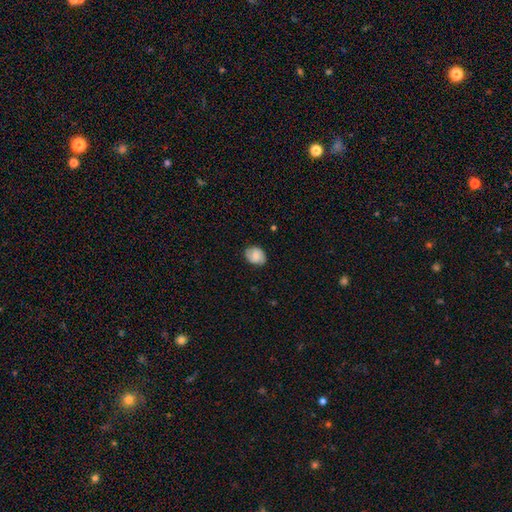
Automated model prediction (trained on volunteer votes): Smooth or featured? Predicted: smooth (p=0.63). How rounded? Predicted: in between (p=0.50). Merging? Predicted: none (p=0.79).